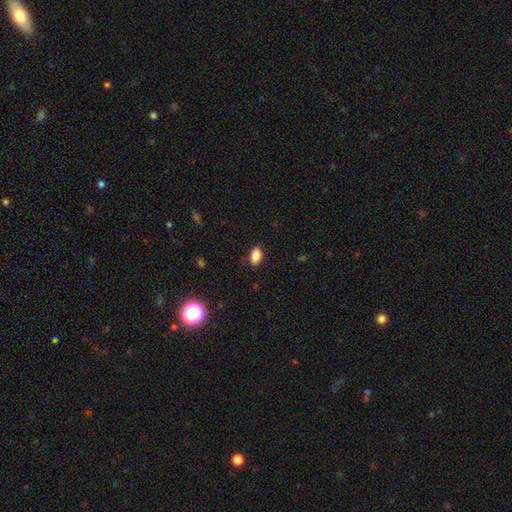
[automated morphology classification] A smooth galaxy with no disk features (87%) that is in between round and cigar-shaped (89%). Merging: none (85%).